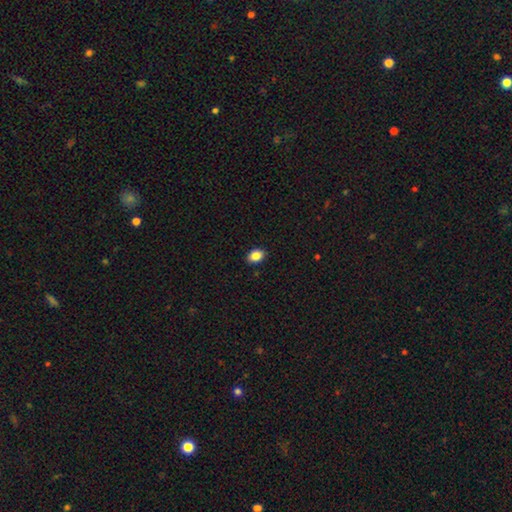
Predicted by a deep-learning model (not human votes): Q: Smooth or featured?
A: smooth (86%); runner-up: star or artifact (9%)
Q: How rounded?
A: in between (76%); runner-up: round (23%)
Q: Merging?
A: none (91%); runner-up: minor disturbance (7%)